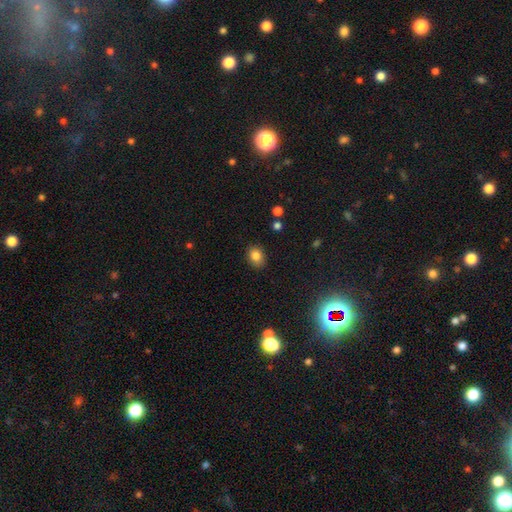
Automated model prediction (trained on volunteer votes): This appears to be a smooth galaxy with no disk features (83%) that is in between round and cigar-shaped (63%). Merging: none (87%).